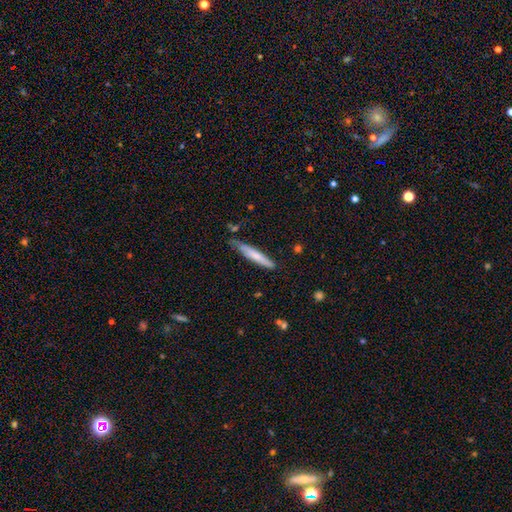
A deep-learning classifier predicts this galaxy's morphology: A smooth galaxy with no disk features (65%) that is cigar-shaped (93%). Merging: none (70%).